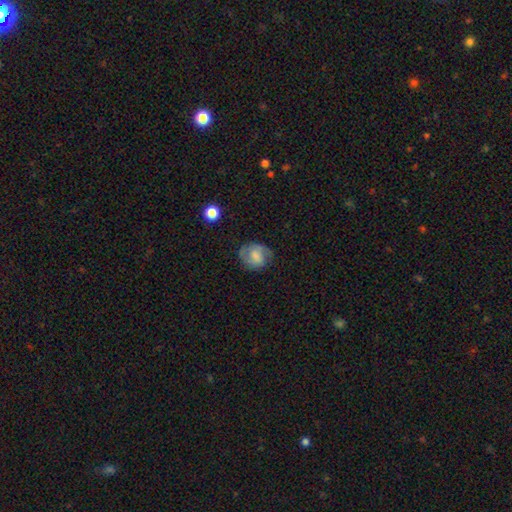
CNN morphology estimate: Smooth or featured? Predicted: smooth (p=0.48). Merging? Predicted: none (p=0.66).